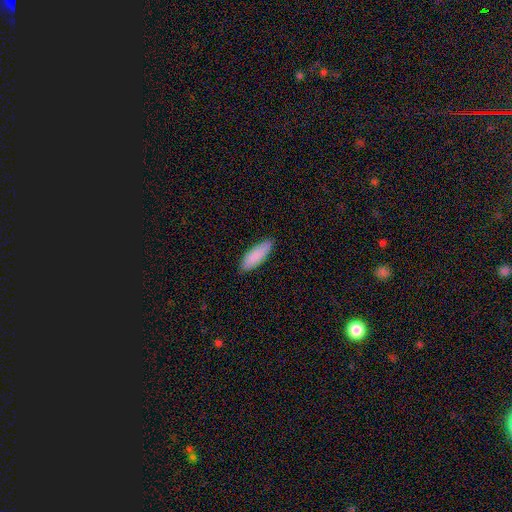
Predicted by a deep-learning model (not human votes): Smooth or featured? Predicted: smooth (p=0.89). How rounded? Predicted: in between (p=0.61). Merging? Predicted: none (p=0.85).